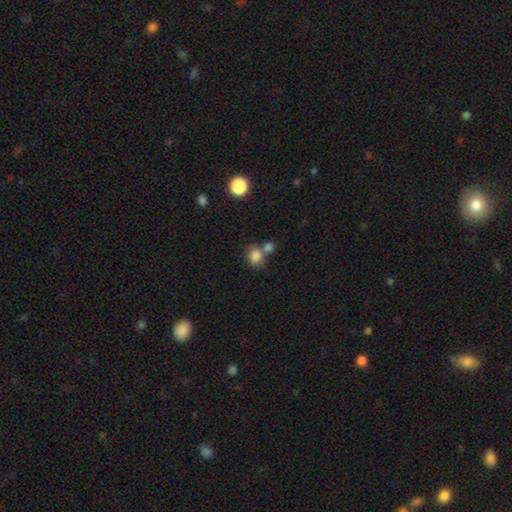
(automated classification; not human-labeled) smooth-or-featured: smooth: 82% | star or artifact: 11% | featured or disk: 7%
  how-rounded: round: 68% | in between: 31% | cigar-shaped: 1%
  merging: none: 46% | merger: 39% | minor disturbance: 10% | major disturbance: 4%